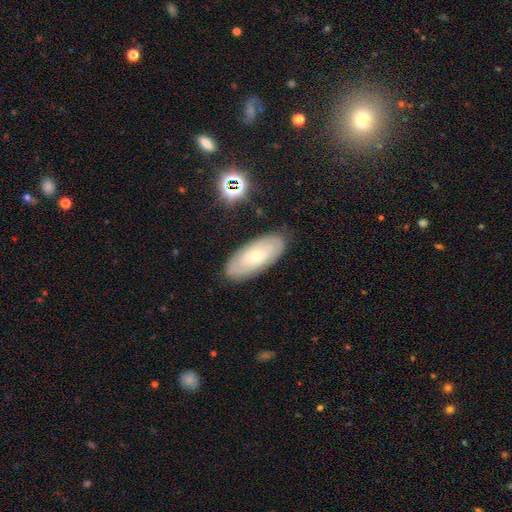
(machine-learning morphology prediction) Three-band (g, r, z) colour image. It shows a featured or disk galaxy (60%) with no bar (63%), spiral arms (73%) and a small central bulge (64%). Merging: none (85%).